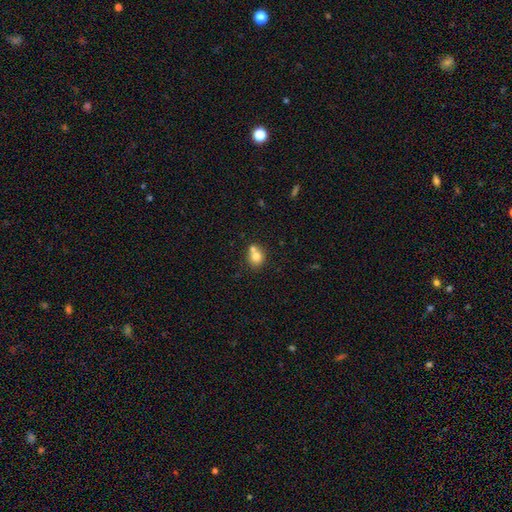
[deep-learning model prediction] Q: Smooth or featured?
A: smooth (76%); runner-up: featured or disk (13%)
Q: How rounded?
A: round (76%); runner-up: in between (23%)
Q: Merging?
A: merger (45%); runner-up: none (43%)